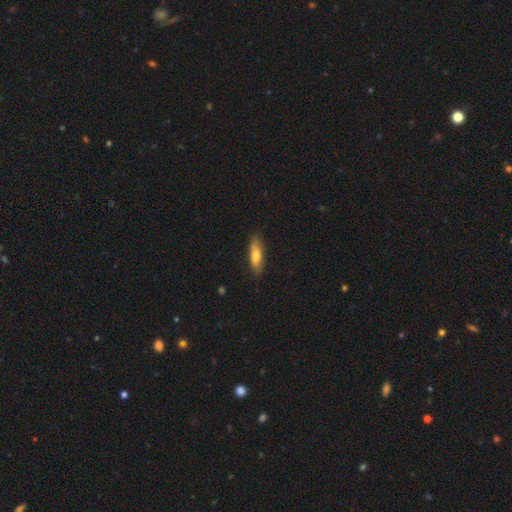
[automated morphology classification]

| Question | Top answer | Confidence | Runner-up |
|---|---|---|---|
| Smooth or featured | smooth | 69% | featured or disk (25%) |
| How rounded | cigar-shaped | 54% | in between (44%) |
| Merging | none | 76% | minor disturbance (18%) |